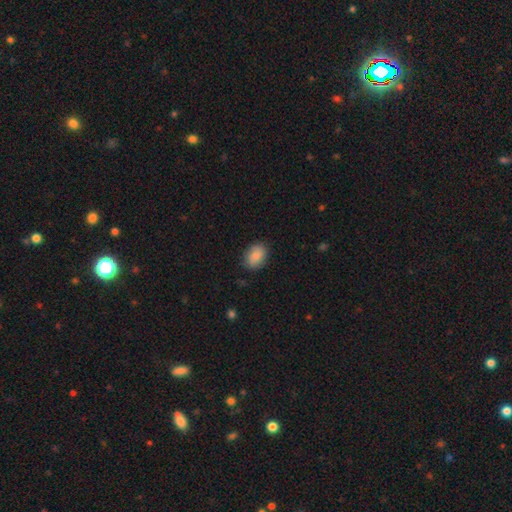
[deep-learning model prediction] Smooth or featured? smooth (83%)
How rounded? in between (69%)
Merging? none (83%)